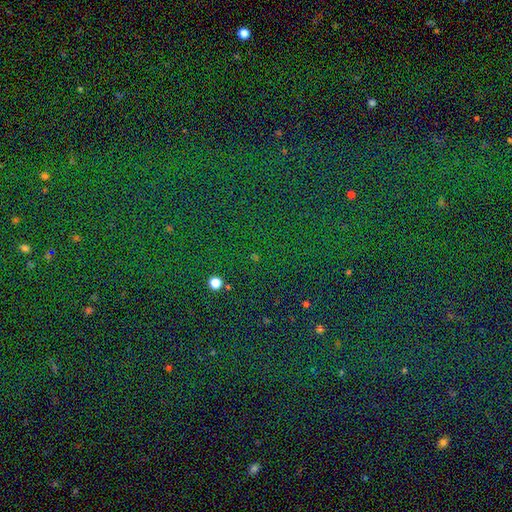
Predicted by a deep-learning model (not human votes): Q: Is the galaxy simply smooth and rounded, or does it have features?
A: star or artifact — 82%.